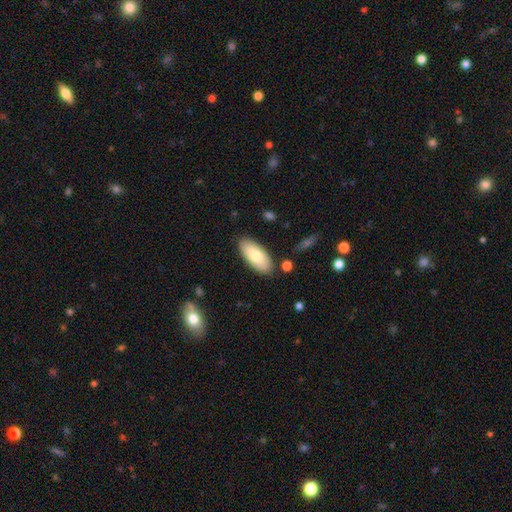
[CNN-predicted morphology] Smooth or featured?
  - smooth: 77% *
  - featured or disk: 18%
  - star or artifact: 6%
How rounded?
  - in between: 91% *
  - cigar-shaped: 7%
  - round: 2%
Merging?
  - none: 85% *
  - minor disturbance: 10%
  - merger: 3%
  - major disturbance: 2%